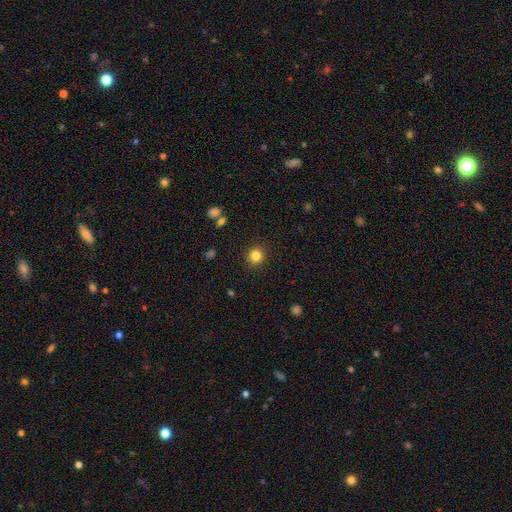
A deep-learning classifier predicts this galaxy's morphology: smooth_or_featured: smooth (p=0.83) [alt: star or artifact p=0.12]
how_rounded: round (p=0.89) [alt: in between p=0.10]
merging: none (p=0.90) [alt: minor disturbance p=0.06]